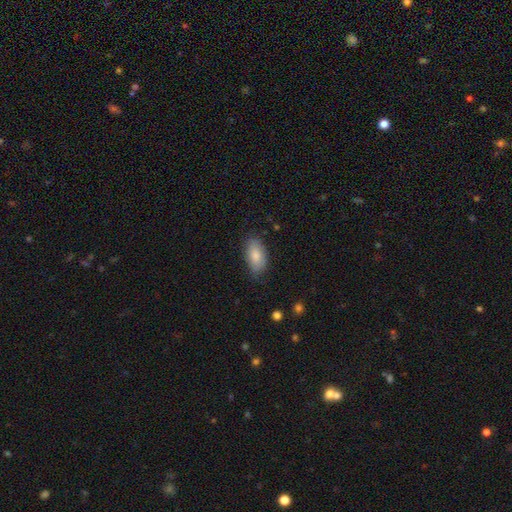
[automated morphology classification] smooth 83%, featured or disk 11%, star or artifact 6%. Down the decision tree: how rounded — in between (93%); merging — none (77%).